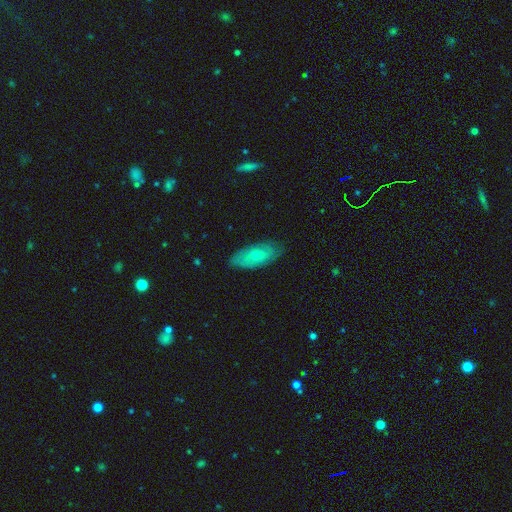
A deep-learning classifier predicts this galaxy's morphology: A smooth galaxy with no disk features (55%) that is in between round and cigar-shaped (85%). Merging: none (78%).